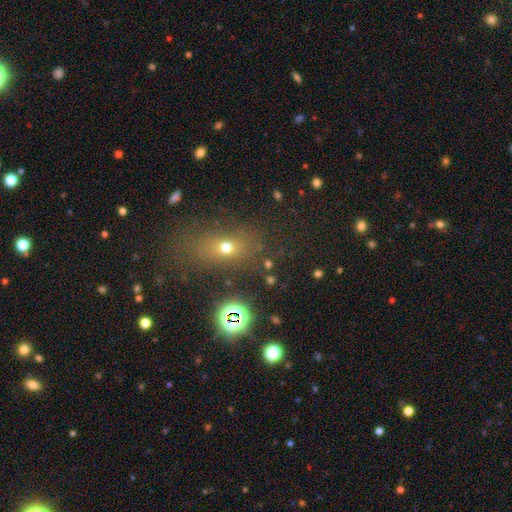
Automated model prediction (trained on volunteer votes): This appears to be a smooth galaxy with no disk features (49%). Merging: none (77%).